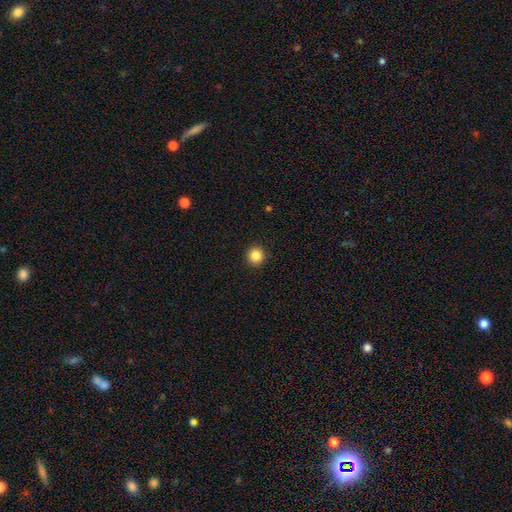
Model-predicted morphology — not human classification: Q: Smooth or featured?
A: smooth (85%); runner-up: star or artifact (11%)
Q: How rounded?
A: round (95%); runner-up: in between (4%)
Q: Merging?
A: none (93%); runner-up: minor disturbance (4%)